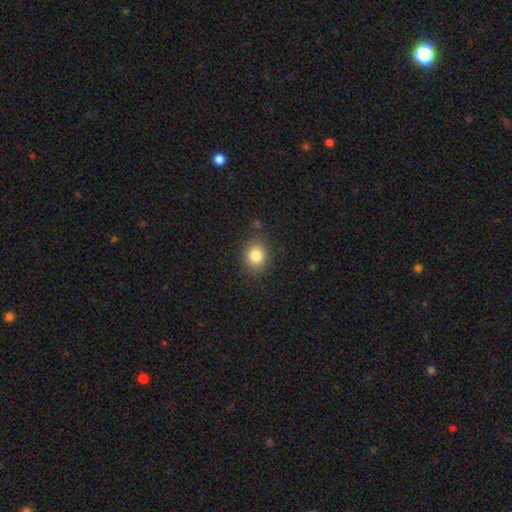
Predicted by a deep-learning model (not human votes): smooth 83%, star or artifact 10%, featured or disk 7%. Down the decision tree: how rounded — round (65%); merging — none (84%).